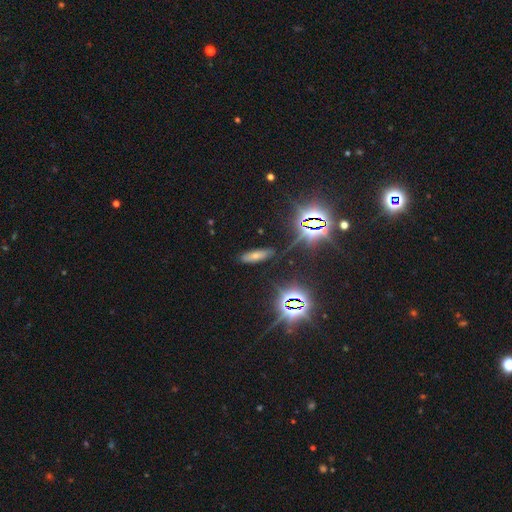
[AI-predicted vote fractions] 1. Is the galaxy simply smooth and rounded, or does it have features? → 48% smooth, 36% star or artifact, 16% featured or disk.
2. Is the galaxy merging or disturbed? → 84% none, 10% minor disturbance, 3% major disturbance, 2% merger.